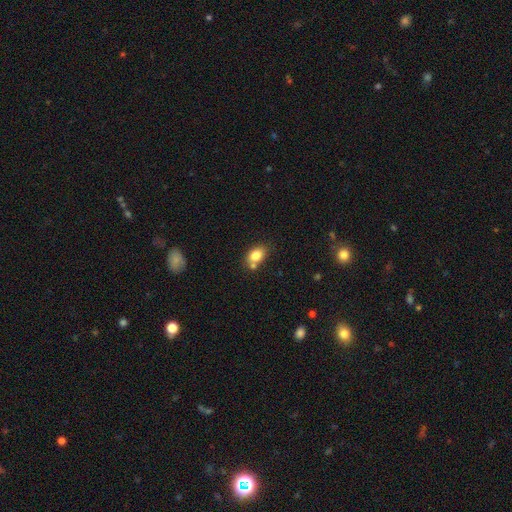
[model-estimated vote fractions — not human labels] This is clearly a smooth galaxy (80%). How rounded: likely in between (76%). Merging: possibly none (57%).